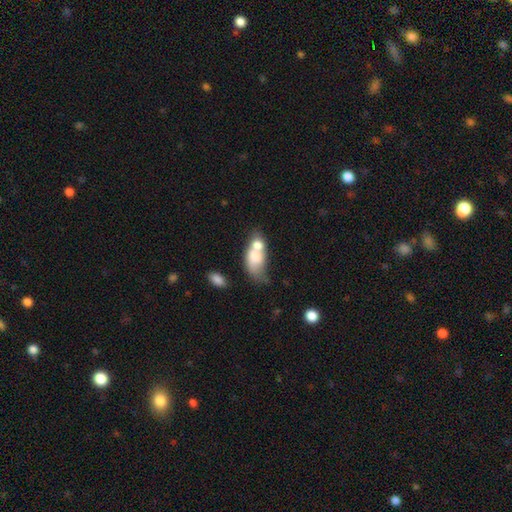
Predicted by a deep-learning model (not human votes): The model was most divided on "merging": merger: 55%, none: 19%, minor disturbance: 14%, major disturbance: 12%. More confident: how rounded — in between (81%); smooth or featured — smooth (66%).